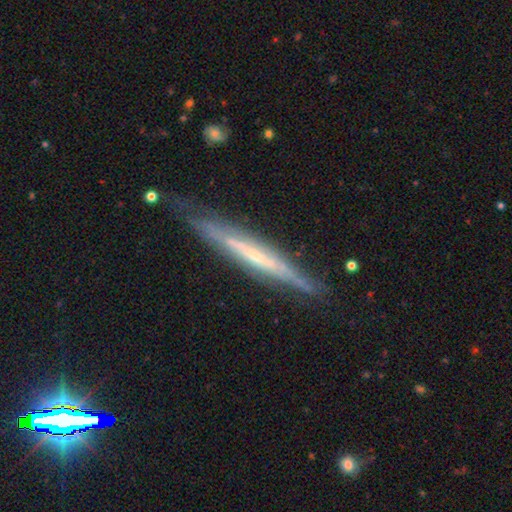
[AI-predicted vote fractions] Q: Smooth or featured?
A: featured or disk (76%); runner-up: smooth (18%)
Q: Edge-on disk?
A: yes (91%); runner-up: no (9%)
Q: Edge-on bulge?
A: none (53%); runner-up: rounded (39%)
Q: Merging?
A: none (77%); runner-up: minor disturbance (18%)